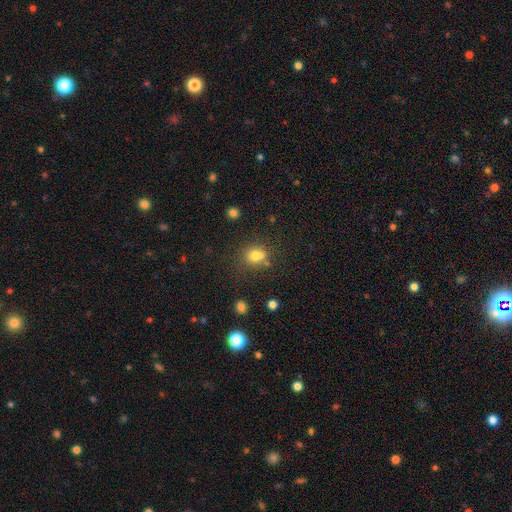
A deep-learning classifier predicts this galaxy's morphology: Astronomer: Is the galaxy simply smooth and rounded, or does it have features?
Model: smooth — 76%.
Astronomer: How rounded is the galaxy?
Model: round — 67%.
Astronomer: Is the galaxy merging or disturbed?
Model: none — 55%.